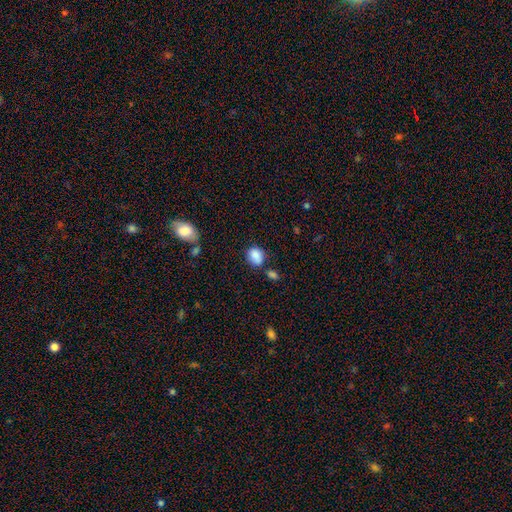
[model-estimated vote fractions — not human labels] Smooth or featured?
  - smooth: 85% *
  - star or artifact: 9%
  - featured or disk: 6%
How rounded?
  - in between: 52% *
  - round: 47%
  - cigar-shaped: 1%
Merging?
  - none: 58% *
  - minor disturbance: 22%
  - merger: 14%
  - major disturbance: 6%